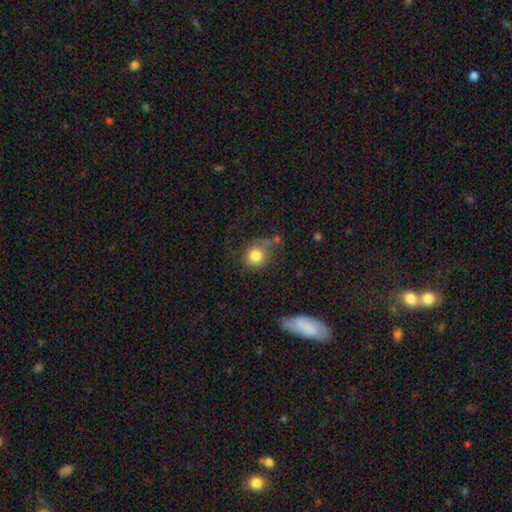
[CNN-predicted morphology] A smooth galaxy with no disk features (81%) that is round (85%).

Vote fractions:
- Smooth or featured? smooth: 81% / star or artifact: 10% / featured or disk: 8%
- How rounded? round: 85% / in between: 14% / cigar-shaped: 1%
- Merging? none: 59% / minor disturbance: 21% / major disturbance: 11% / merger: 8%